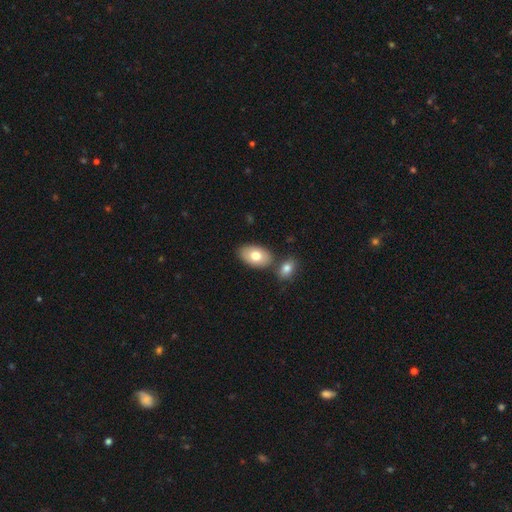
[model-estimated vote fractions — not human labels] A smooth galaxy with no disk features (76%) that is in between round and cigar-shaped (92%).

Vote fractions:
- Smooth or featured? smooth: 76% / featured or disk: 18% / star or artifact: 6%
- How rounded? in between: 92% / round: 7% / cigar-shaped: 1%
- Merging? none: 68% / merger: 19% / minor disturbance: 10% / major disturbance: 3%